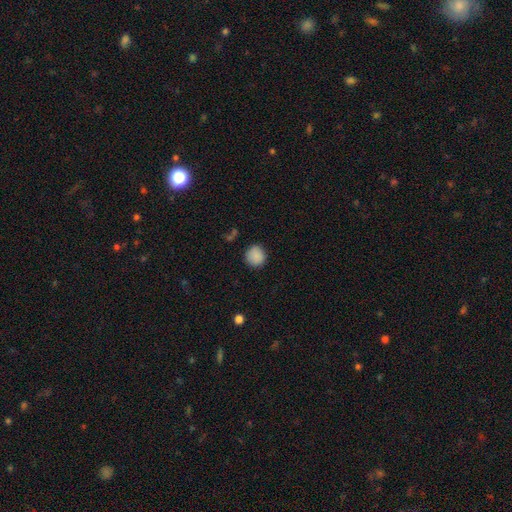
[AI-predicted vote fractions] A smooth galaxy with no disk features (88%) that is round (89%).

Vote fractions:
- Smooth or featured? smooth: 88% / star or artifact: 8% / featured or disk: 4%
- How rounded? round: 89% / in between: 10% / cigar-shaped: 1%
- Merging? none: 86% / minor disturbance: 10% / major disturbance: 3% / merger: 1%